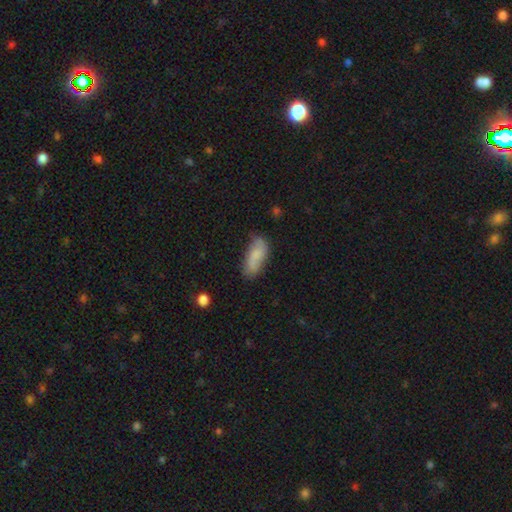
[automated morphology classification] type=smooth (66%); roundness=in between (78%); merging=none (62%).